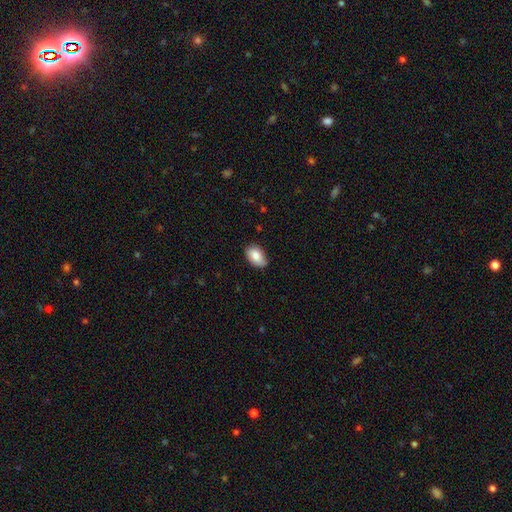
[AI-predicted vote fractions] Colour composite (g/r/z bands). It shows a smooth galaxy with no disk features (82%) that is in between round and cigar-shaped (90%). Merging: none (76%).